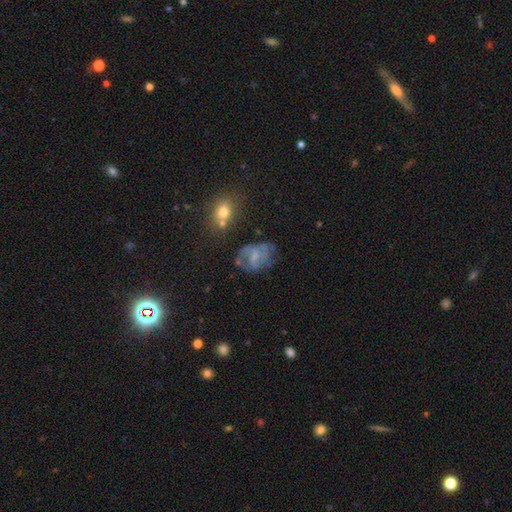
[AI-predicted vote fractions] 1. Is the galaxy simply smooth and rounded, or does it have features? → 58% featured or disk, 30% smooth, 12% star or artifact.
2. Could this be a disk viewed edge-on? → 97% no, 3% yes.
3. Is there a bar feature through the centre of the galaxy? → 53% no, 40% weak, 8% strong.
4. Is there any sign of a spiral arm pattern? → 62% yes, 38% no.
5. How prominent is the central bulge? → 45% small, 28% none, 24% moderate, 2% large, 1% dominant.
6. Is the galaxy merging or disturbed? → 47% none, 25% minor disturbance, 23% major disturbance, 6% merger.